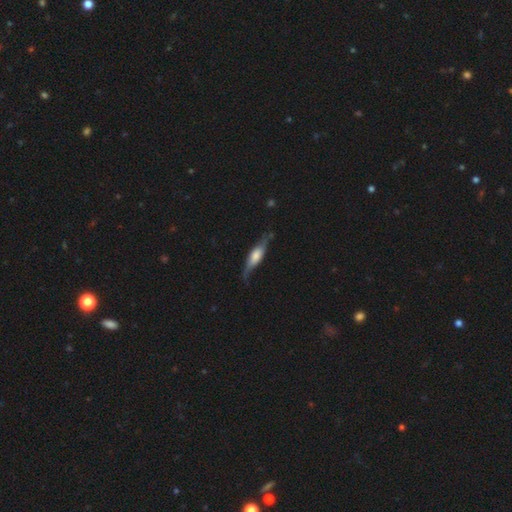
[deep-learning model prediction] A featured or disk galaxy (59%) viewed edge-on (70%). Merging: none (64%).